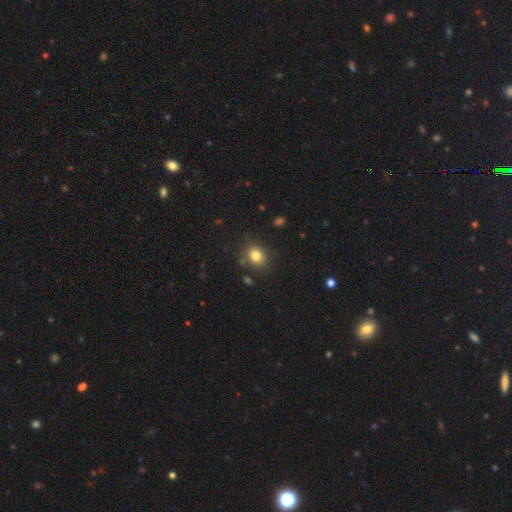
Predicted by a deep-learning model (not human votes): A smooth galaxy with no disk features (82%) that is round (64%).

Vote fractions:
- Smooth or featured? smooth: 82% / star or artifact: 11% / featured or disk: 7%
- How rounded? round: 64% / in between: 35% / cigar-shaped: 1%
- Merging? none: 84% / minor disturbance: 10% / major disturbance: 3% / merger: 3%